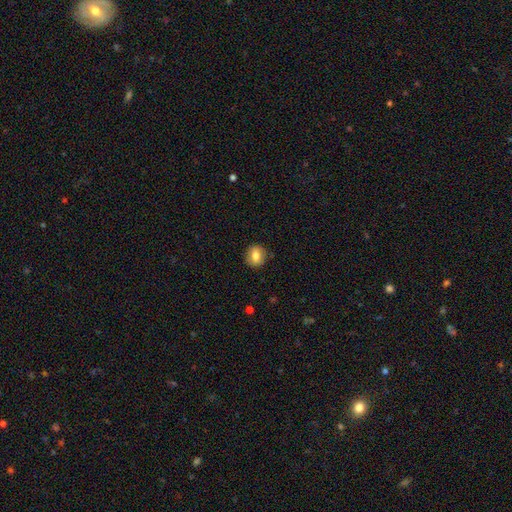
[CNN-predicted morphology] Smooth or featured? Predicted: smooth (p=0.72). How rounded? Predicted: round (p=0.66). Merging? Predicted: none (p=0.85).